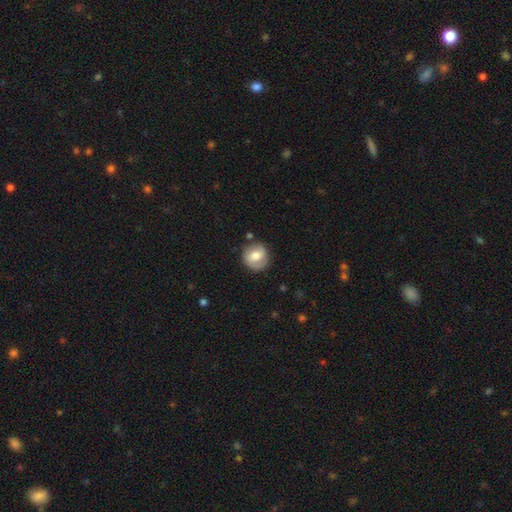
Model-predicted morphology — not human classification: This appears to be a smooth galaxy with no disk features (64%) that is round (89%). Merging: none (81%).